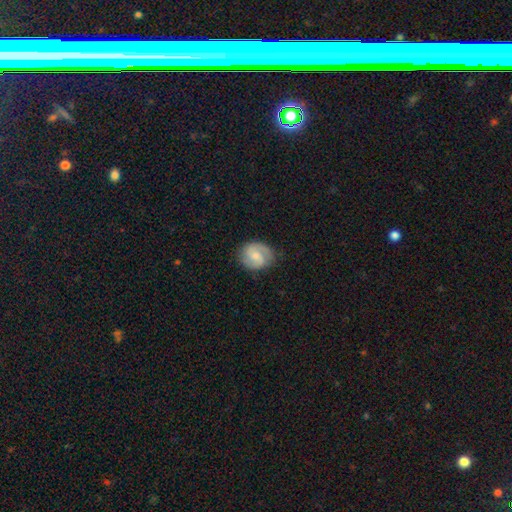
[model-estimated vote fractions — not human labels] A featured or disk galaxy (67%) with a weak bar (49%), 2 (87%) medium (50%) spiral arms (94%) and a small central bulge (45%). Merging: none (81%).